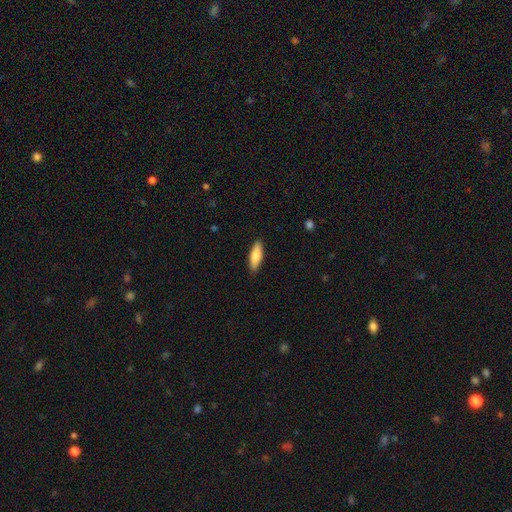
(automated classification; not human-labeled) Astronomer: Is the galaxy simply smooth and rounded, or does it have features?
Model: smooth — 83%.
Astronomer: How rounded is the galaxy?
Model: in between — 53% (runner-up: cigar-shaped, 45%).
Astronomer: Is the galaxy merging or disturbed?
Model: none — 88%.